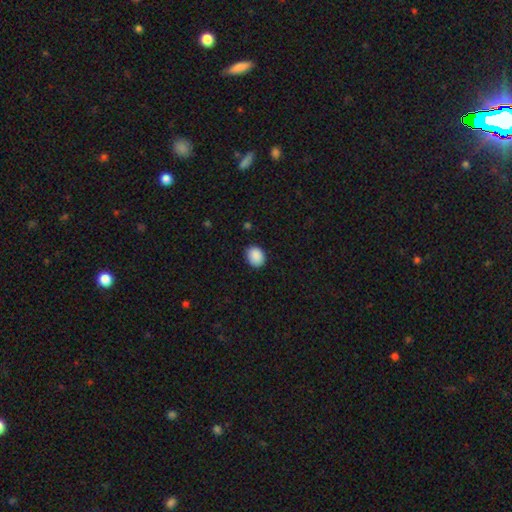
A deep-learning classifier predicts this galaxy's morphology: A smooth galaxy with no disk features (90%) that is in between round and cigar-shaped (50%). Merging: none (87%).